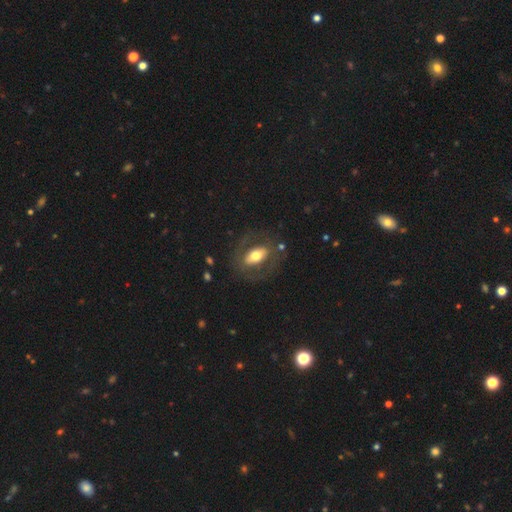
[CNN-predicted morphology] This appears to be a featured or disk galaxy (48%). Merging: none (72%).